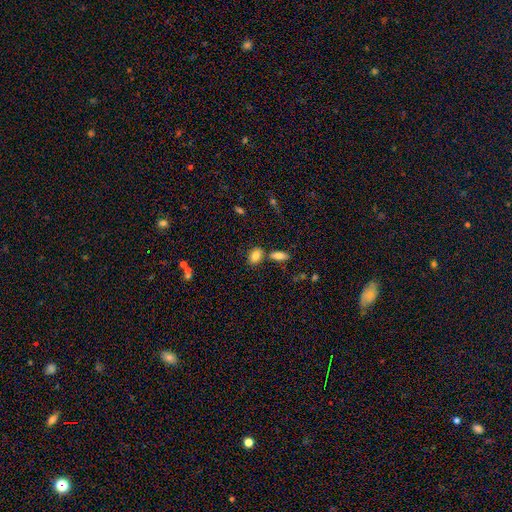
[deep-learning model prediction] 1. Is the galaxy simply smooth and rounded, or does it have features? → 83% smooth, 9% featured or disk, 9% star or artifact.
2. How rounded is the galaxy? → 77% in between, 20% round, 2% cigar-shaped.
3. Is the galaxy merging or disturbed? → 65% none, 21% merger, 11% minor disturbance, 3% major disturbance.